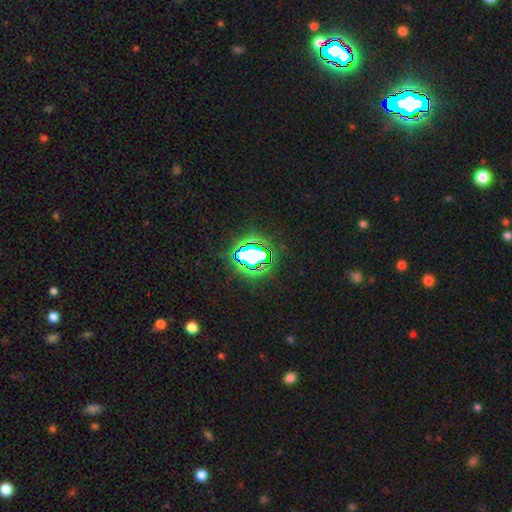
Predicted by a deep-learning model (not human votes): smooth-or-featured: star or artifact: 66% | smooth: 22% | featured or disk: 12%